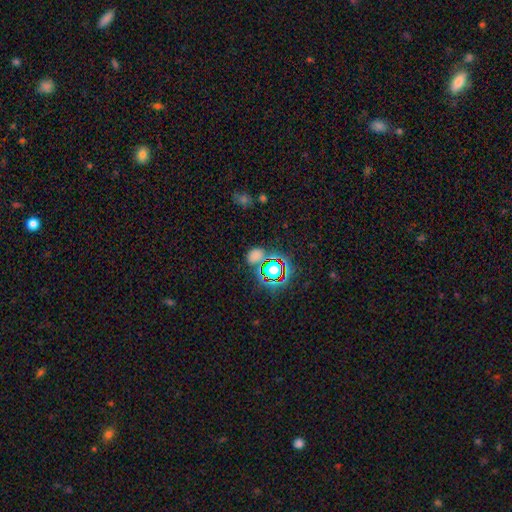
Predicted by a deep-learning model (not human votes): Smooth or featured?
  - smooth: 50% *
  - star or artifact: 42%
  - featured or disk: 8%
How rounded?
  - round: 55% *
  - in between: 43%
  - cigar-shaped: 2%
Merging?
  - none: 72% *
  - minor disturbance: 13%
  - merger: 9%
  - major disturbance: 6%